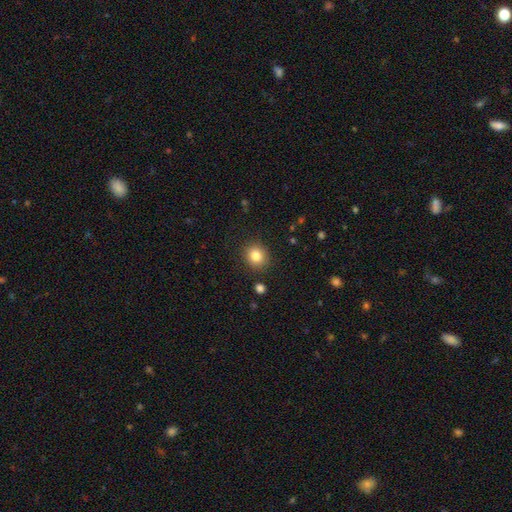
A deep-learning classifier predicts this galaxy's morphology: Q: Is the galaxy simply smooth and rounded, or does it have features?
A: smooth — 83%.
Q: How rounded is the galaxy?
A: round — 78%.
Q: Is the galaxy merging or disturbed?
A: none — 88%.